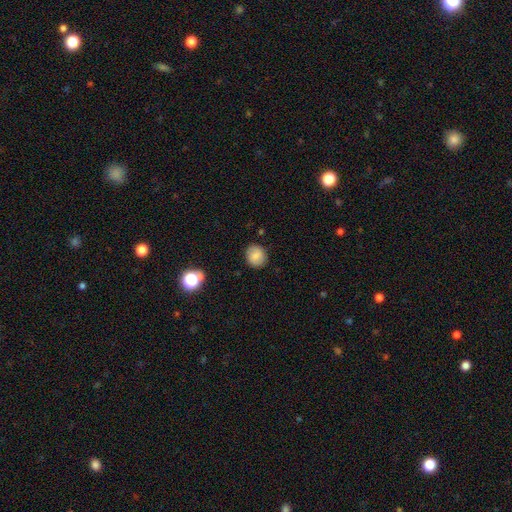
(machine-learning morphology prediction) The model was most divided on "how rounded": round: 78%, in between: 21%, cigar-shaped: 1%. More confident: merging — none (88%); smooth or featured — smooth (78%).